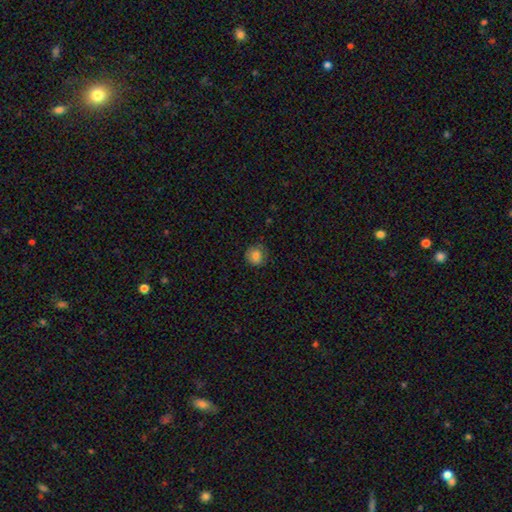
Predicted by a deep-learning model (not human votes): smooth_or_featured: smooth (p=0.83) [alt: star or artifact p=0.10]
how_rounded: round (p=0.88) [alt: in between p=0.11]
merging: none (p=0.80) [alt: minor disturbance p=0.16]